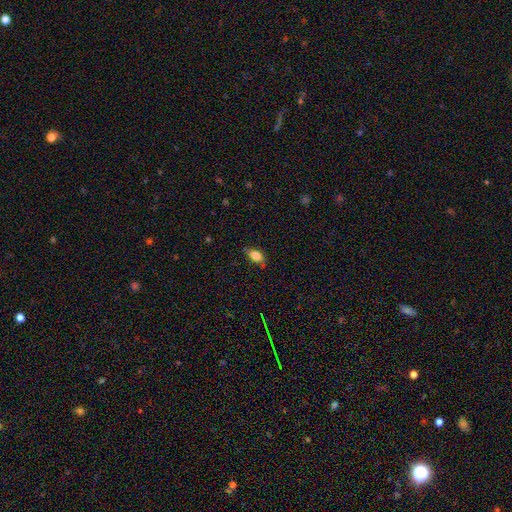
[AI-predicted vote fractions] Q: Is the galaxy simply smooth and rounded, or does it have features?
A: smooth — 80%.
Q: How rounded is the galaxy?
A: in between — 85%.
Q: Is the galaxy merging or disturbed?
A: none — 68%.